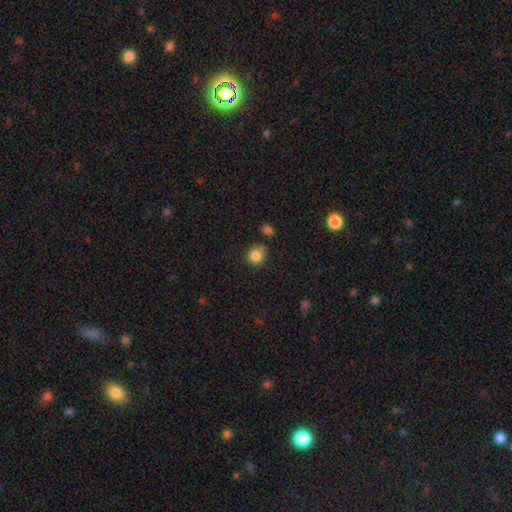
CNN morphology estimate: Smooth or featured?
  - smooth: 84% *
  - star or artifact: 11%
  - featured or disk: 6%
How rounded?
  - round: 79% *
  - in between: 20%
  - cigar-shaped: 1%
Merging?
  - none: 64% *
  - minor disturbance: 24%
  - major disturbance: 6%
  - merger: 5%